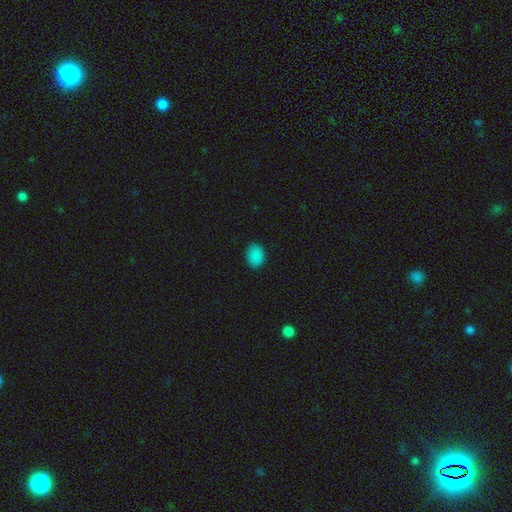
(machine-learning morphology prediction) smooth-or-featured: smooth: 86% | star or artifact: 11% | featured or disk: 3%
  how-rounded: in between: 79% | round: 20% | cigar-shaped: 1%
  merging: none: 87% | minor disturbance: 10% | major disturbance: 2% | merger: 1%